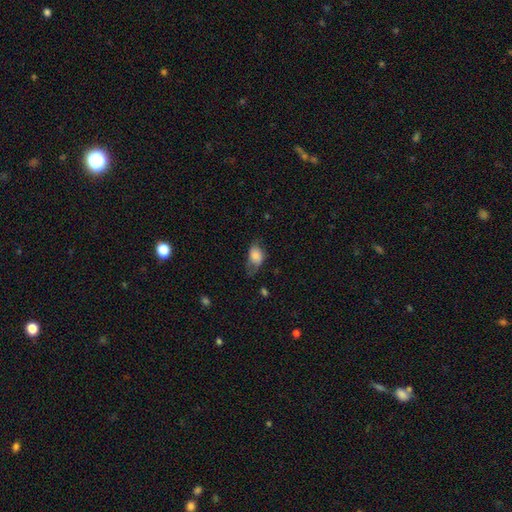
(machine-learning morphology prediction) Smooth or featured?
  - smooth: 78% *
  - featured or disk: 14%
  - star or artifact: 8%
How rounded?
  - in between: 84% *
  - round: 14%
  - cigar-shaped: 2%
Merging?
  - none: 40% *
  - minor disturbance: 36%
  - major disturbance: 22%
  - merger: 2%